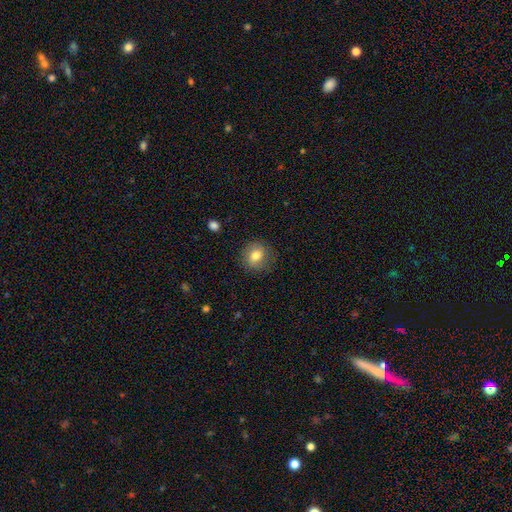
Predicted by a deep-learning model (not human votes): Smooth or featured? Predicted: smooth (p=0.73). How rounded? Predicted: round (p=0.78). Merging? Predicted: none (p=0.81).